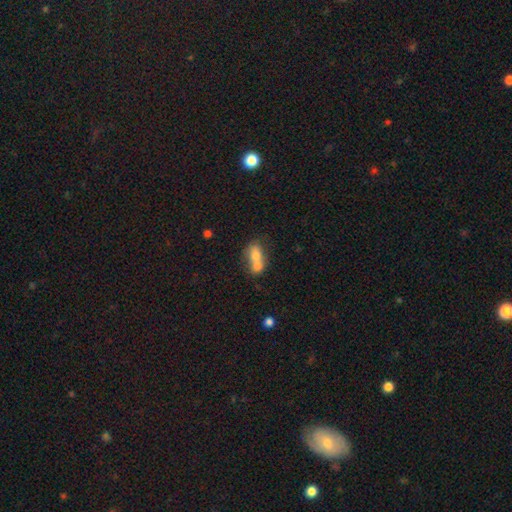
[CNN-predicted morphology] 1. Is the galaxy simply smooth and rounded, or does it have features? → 70% smooth, 21% featured or disk, 9% star or artifact.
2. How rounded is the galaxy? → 70% in between, 27% round, 3% cigar-shaped.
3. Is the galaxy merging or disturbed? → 70% merger, 19% none, 7% minor disturbance, 4% major disturbance.